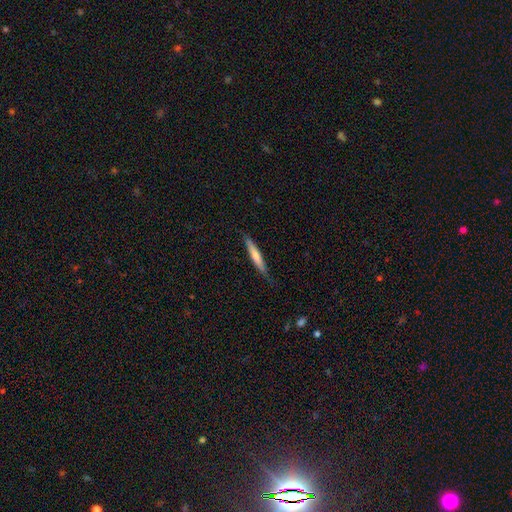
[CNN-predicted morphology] Overall: smooth (61%; featured or disk 34%). How rounded: cigar-shaped (92%). Merging: none (78%).